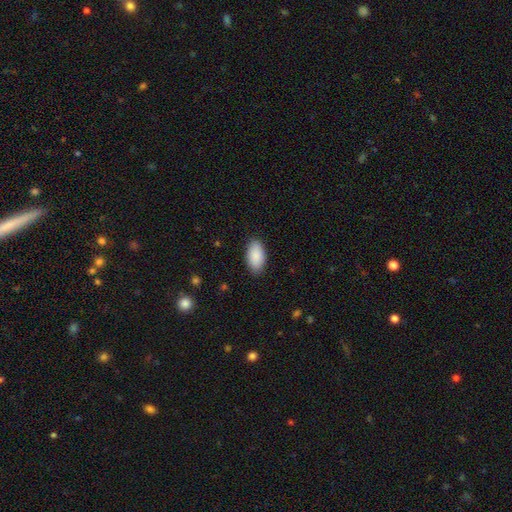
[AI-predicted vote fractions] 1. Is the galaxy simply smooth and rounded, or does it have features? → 89% smooth, 6% star or artifact, 5% featured or disk.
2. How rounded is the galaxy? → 95% in between, 3% cigar-shaped, 2% round.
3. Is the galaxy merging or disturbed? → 87% none, 9% minor disturbance, 2% major disturbance, 1% merger.